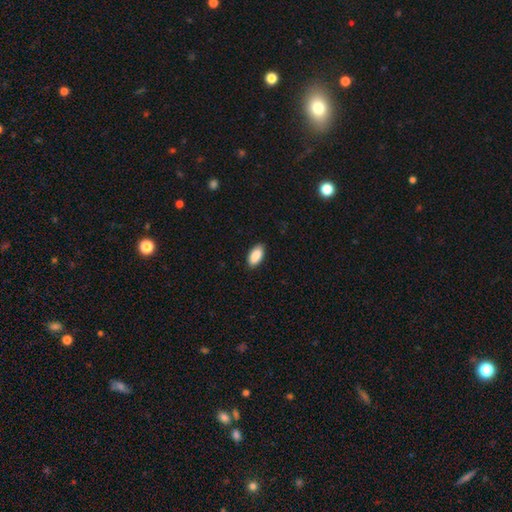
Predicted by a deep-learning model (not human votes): A smooth galaxy with no disk features (90%) that is in between round and cigar-shaped (94%).

Vote fractions:
- Smooth or featured? smooth: 90% / star or artifact: 6% / featured or disk: 4%
- How rounded? in between: 94% / cigar-shaped: 4% / round: 3%
- Merging? none: 89% / minor disturbance: 9% / major disturbance: 2% / merger: 1%